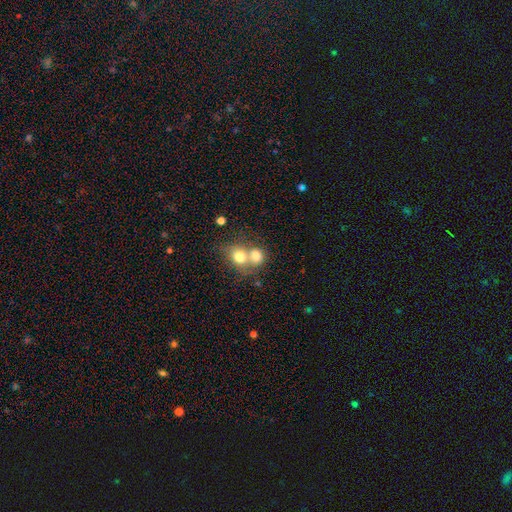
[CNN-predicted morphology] Smooth or featured: smooth — 75% (featured or disk — 15%)
How rounded: round — 63% (in between — 36%)
Merging: merger — 66% (none — 24%)